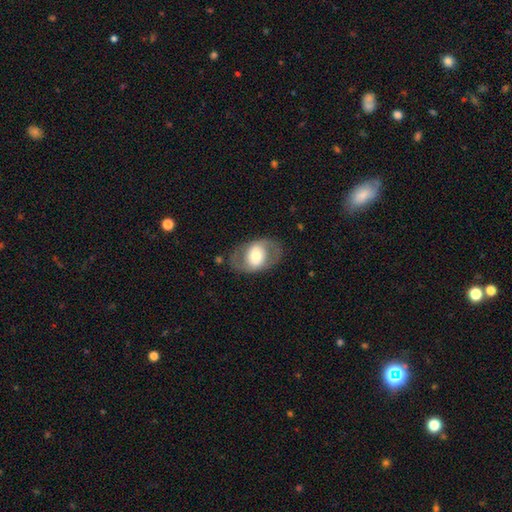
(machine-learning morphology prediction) Overall: featured or disk (53%; smooth 40%). Edge-on disk: no (93%). Merging: none (76%).